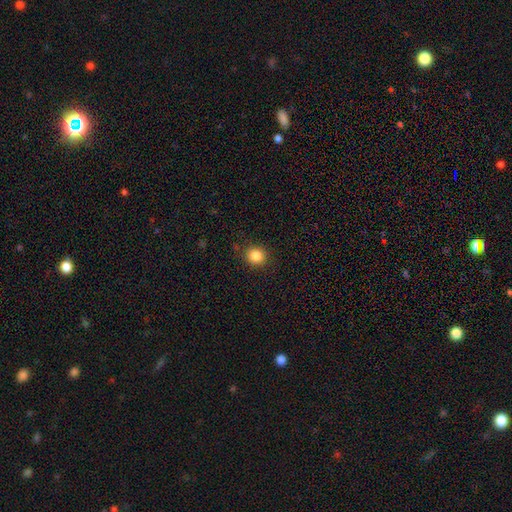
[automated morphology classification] This appears to be a smooth galaxy with no disk features (85%) that is round (88%). Merging: none (89%).